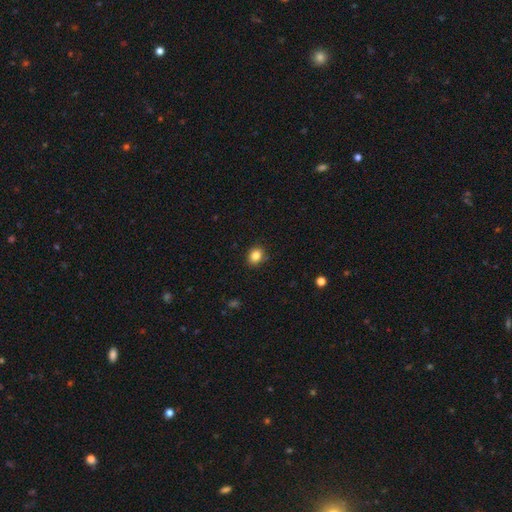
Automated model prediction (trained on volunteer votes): Morphology: type=smooth (85%); roundness=round (56%); merging=none (88%).